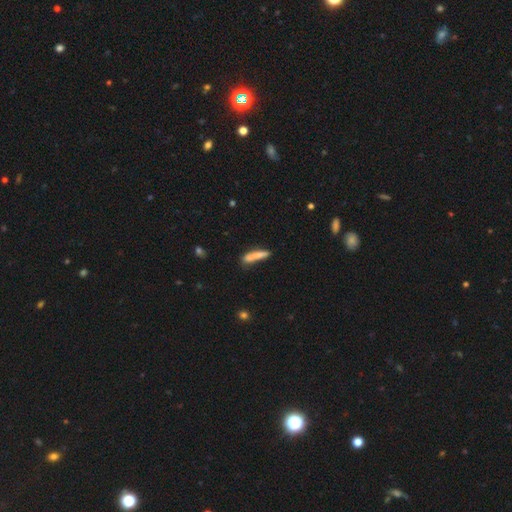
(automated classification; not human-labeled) smooth-or-featured: smooth: 77% | featured or disk: 16% | star or artifact: 7%
  how-rounded: cigar-shaped: 90% | in between: 8% | round: 2%
  merging: none: 66% | minor disturbance: 20% | merger: 8% | major disturbance: 6%